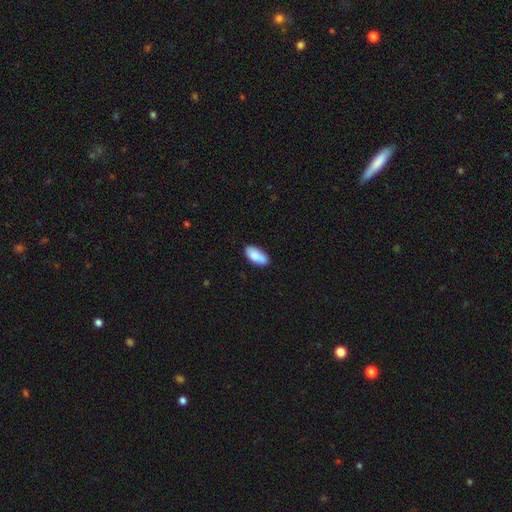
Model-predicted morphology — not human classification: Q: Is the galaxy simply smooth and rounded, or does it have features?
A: smooth — 88%.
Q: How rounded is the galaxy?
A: in between — 91%.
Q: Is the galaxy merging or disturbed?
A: none — 84%.